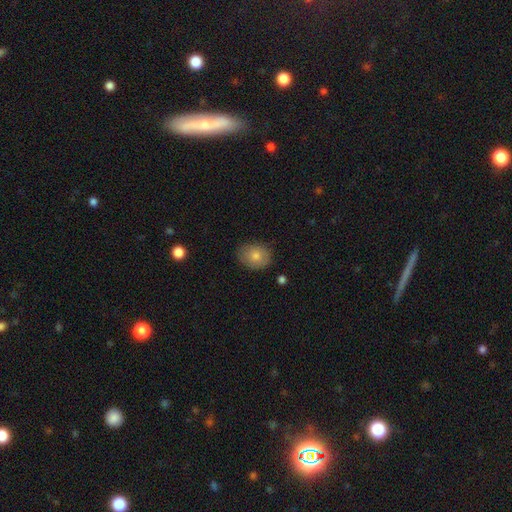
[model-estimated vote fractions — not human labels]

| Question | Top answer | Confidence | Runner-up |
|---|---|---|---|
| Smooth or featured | smooth | 78% | featured or disk (14%) |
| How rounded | in between | 51% | round (48%) |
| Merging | none | 82% | minor disturbance (14%) |